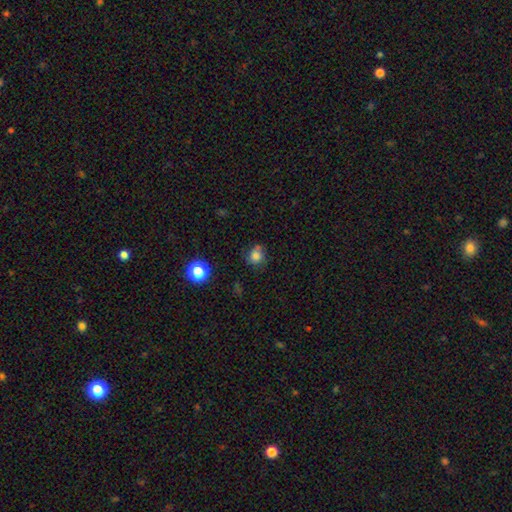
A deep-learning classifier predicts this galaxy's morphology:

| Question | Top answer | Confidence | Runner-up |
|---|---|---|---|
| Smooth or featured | smooth | 77% | star or artifact (14%) |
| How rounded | round | 79% | in between (20%) |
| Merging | none | 61% | minor disturbance (24%) |